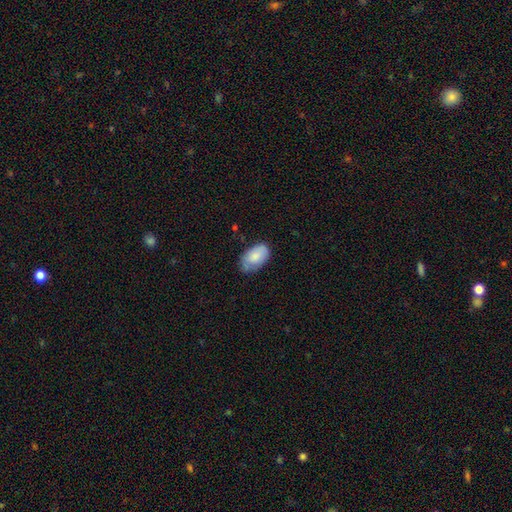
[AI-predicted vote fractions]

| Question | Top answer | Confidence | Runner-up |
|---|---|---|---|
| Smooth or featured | smooth | 80% | featured or disk (13%) |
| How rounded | in between | 94% | round (5%) |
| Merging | none | 61% | minor disturbance (31%) |